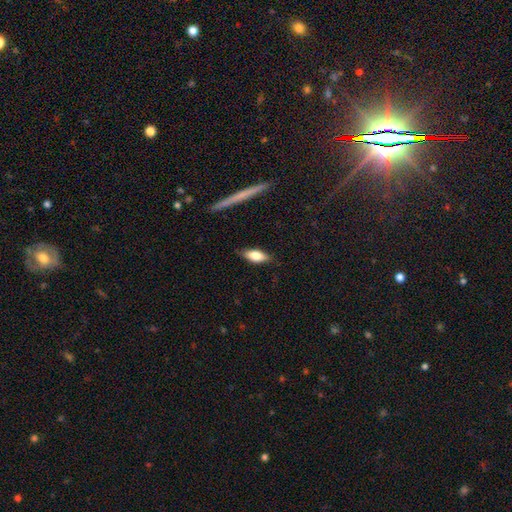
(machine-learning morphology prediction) type=smooth (74%); roundness=in between (74%); merging=none (84%).